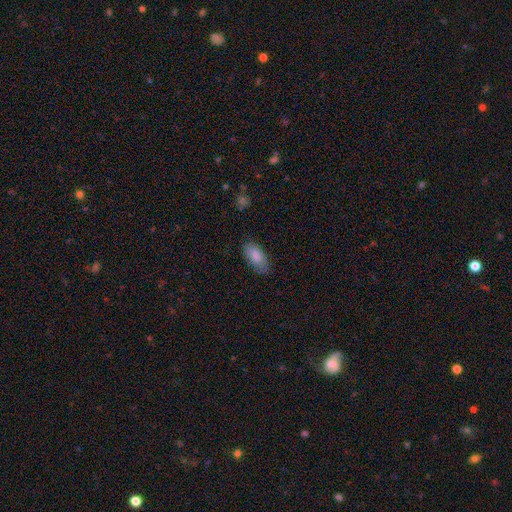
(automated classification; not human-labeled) The model was most divided on "merging": none: 80%, minor disturbance: 15%, major disturbance: 3%, merger: 1%. More confident: how rounded — in between (92%); smooth or featured — smooth (85%).